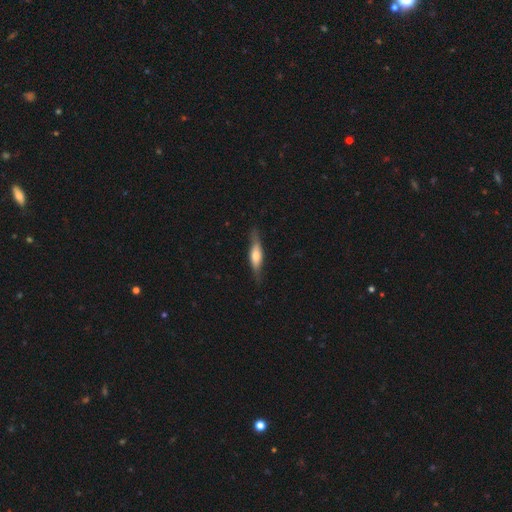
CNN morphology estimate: Smooth or featured?
  - smooth: 49% *
  - featured or disk: 45%
  - star or artifact: 6%
Merging?
  - none: 78% *
  - minor disturbance: 17%
  - major disturbance: 4%
  - merger: 1%